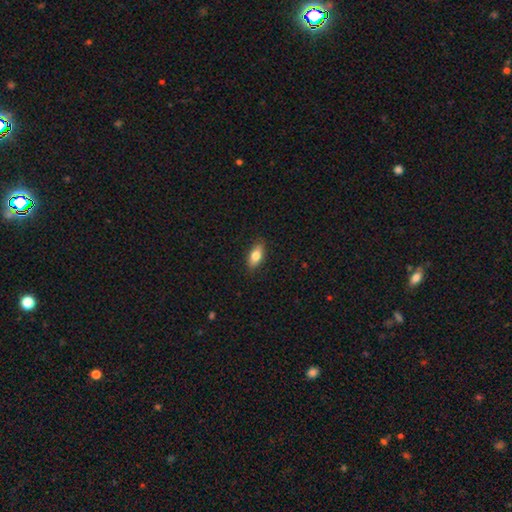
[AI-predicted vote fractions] Smooth or featured?
  - smooth: 78% *
  - featured or disk: 15%
  - star or artifact: 7%
How rounded?
  - in between: 83% *
  - cigar-shaped: 13%
  - round: 4%
Merging?
  - none: 88% *
  - minor disturbance: 9%
  - major disturbance: 2%
  - merger: 1%